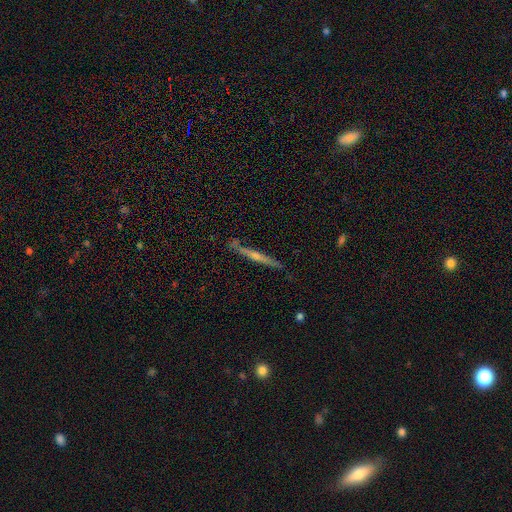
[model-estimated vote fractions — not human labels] Morphology: type=featured or disk (69%); edge-on=yes (97%); edge-on bulge=rounded (64%); merging=none (84%).